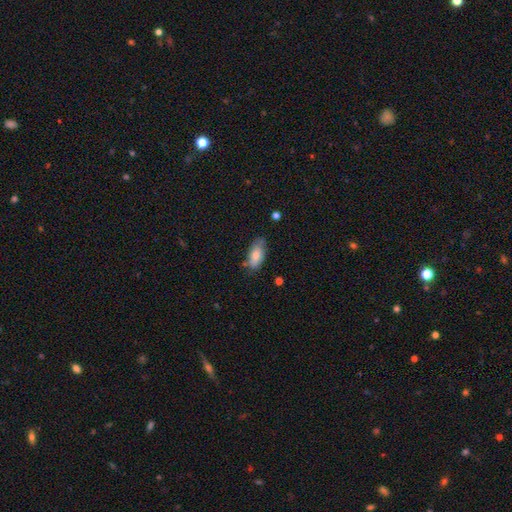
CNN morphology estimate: Q: Smooth or featured?
A: smooth (75%); runner-up: featured or disk (19%)
Q: How rounded?
A: in between (87%); runner-up: cigar-shaped (10%)
Q: Merging?
A: none (65%); runner-up: minor disturbance (26%)